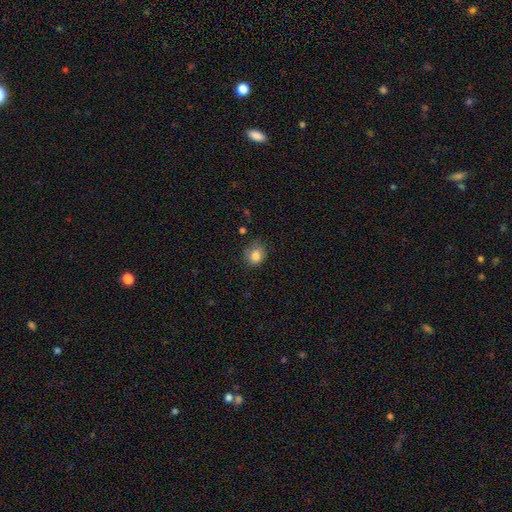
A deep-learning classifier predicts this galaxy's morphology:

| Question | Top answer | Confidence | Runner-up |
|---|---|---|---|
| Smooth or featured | smooth | 84% | star or artifact (10%) |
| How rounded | round | 70% | in between (29%) |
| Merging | none | 69% | minor disturbance (23%) |